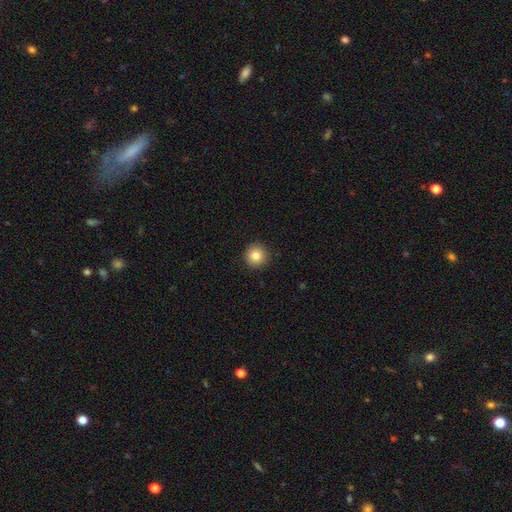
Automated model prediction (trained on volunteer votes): smooth_or_featured: smooth (p=0.84) [alt: star or artifact p=0.10]
how_rounded: round (p=0.95) [alt: in between p=0.04]
merging: none (p=0.92) [alt: minor disturbance p=0.05]